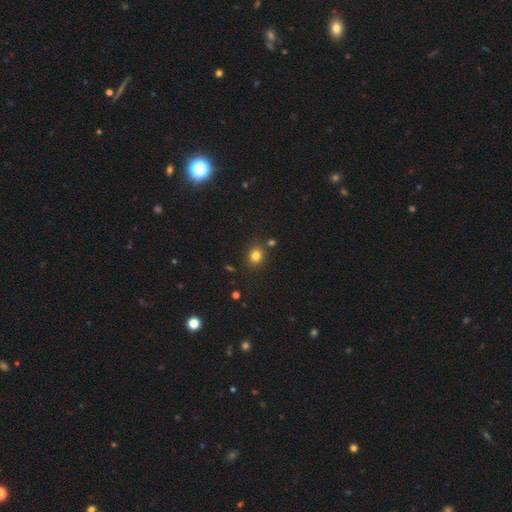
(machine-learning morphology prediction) This is likely a smooth galaxy (79%). How rounded: likely round (68%). Merging: clearly none (82%).